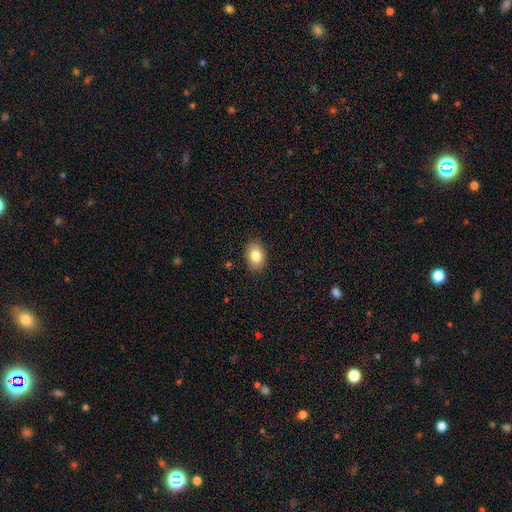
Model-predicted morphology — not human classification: A smooth galaxy with no disk features (83%) that is in between round and cigar-shaped (79%).

Vote fractions:
- Smooth or featured? smooth: 83% / featured or disk: 9% / star or artifact: 8%
- How rounded? in between: 79% / round: 20% / cigar-shaped: 1%
- Merging? none: 87% / minor disturbance: 9% / major disturbance: 2% / merger: 1%